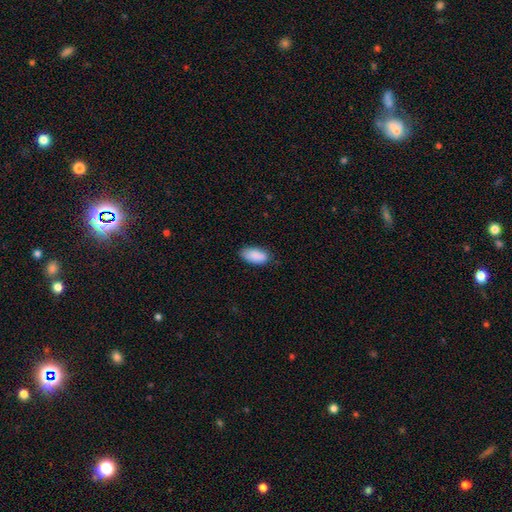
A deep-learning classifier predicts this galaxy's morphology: smooth 90%, star or artifact 6%, featured or disk 4%. Down the decision tree: how rounded — in between (93%); merging — none (78%).